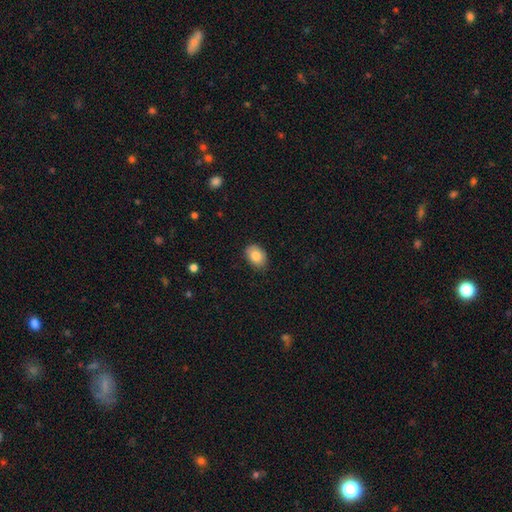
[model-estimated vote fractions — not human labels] Smooth or featured: smooth — 85% (featured or disk — 8%)
How rounded: in between — 80% (round — 19%)
Merging: none — 83% (minor disturbance — 14%)